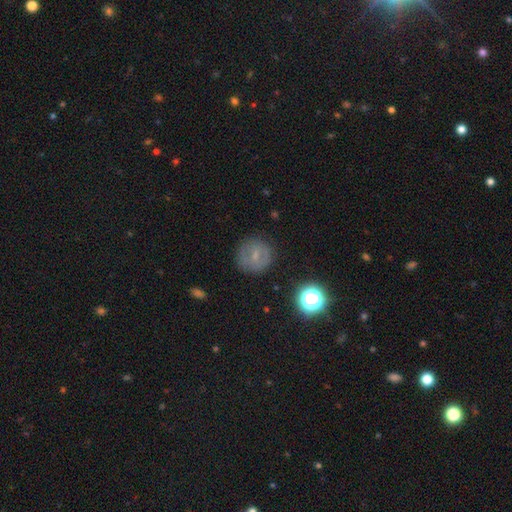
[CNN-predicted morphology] smooth_or_featured: smooth (p=0.58) [alt: featured or disk p=0.27]
how_rounded: round (p=0.91) [alt: in between p=0.08]
merging: none (p=0.82) [alt: minor disturbance p=0.12]